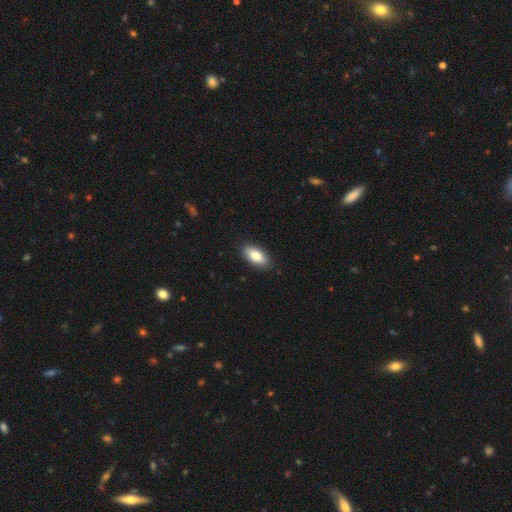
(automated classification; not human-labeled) smooth 83%, featured or disk 11%, star or artifact 6%. Down the decision tree: how rounded — in between (91%); merging — none (89%).